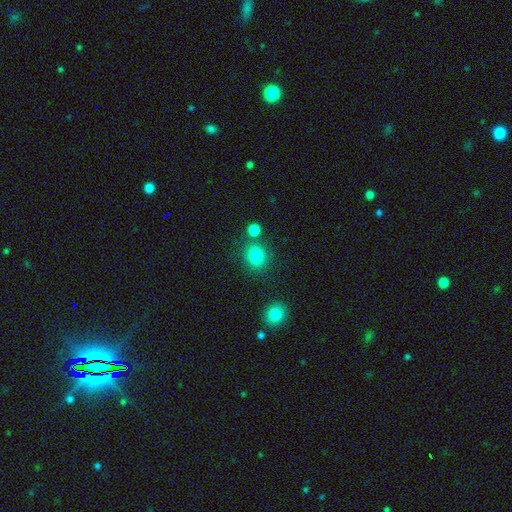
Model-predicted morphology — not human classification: smooth-or-featured: smooth: 82% | star or artifact: 12% | featured or disk: 6%
  how-rounded: round: 86% | in between: 13% | cigar-shaped: 1%
  merging: none: 79% | merger: 9% | minor disturbance: 8% | major disturbance: 3%